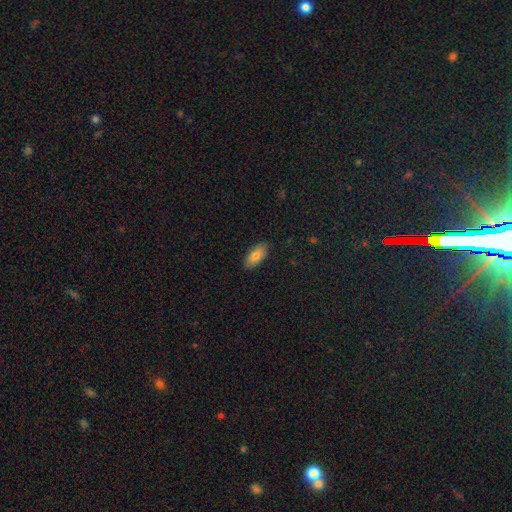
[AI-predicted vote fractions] Smooth or featured: smooth — 81% (featured or disk — 13%)
How rounded: in between — 88% (cigar-shaped — 10%)
Merging: none — 88% (minor disturbance — 9%)